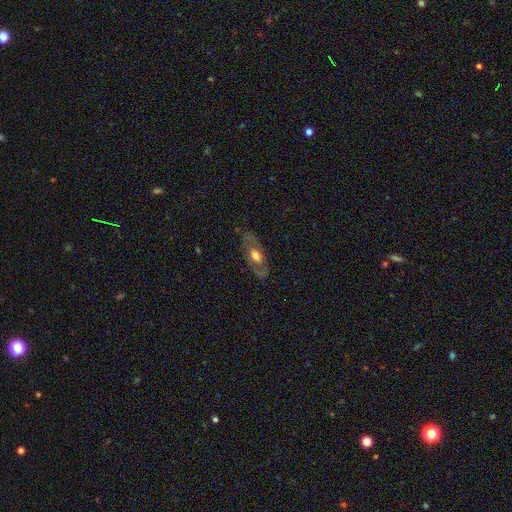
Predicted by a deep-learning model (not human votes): Q: Smooth or featured?
A: featured or disk (52%); runner-up: smooth (41%)
Q: Edge-on disk?
A: no (81%); runner-up: yes (19%)
Q: Merging?
A: none (75%); runner-up: minor disturbance (17%)